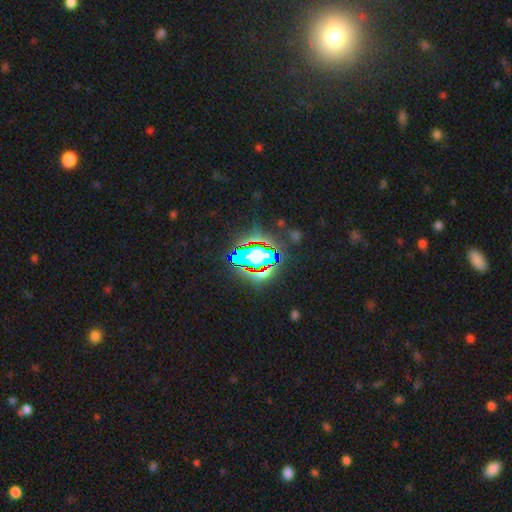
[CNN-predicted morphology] Smooth or featured? star or artifact (65%)